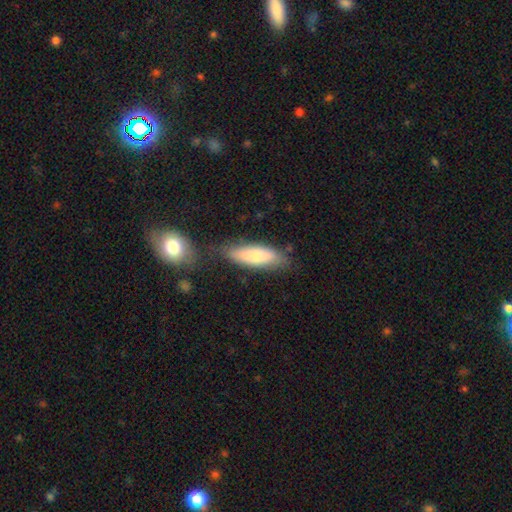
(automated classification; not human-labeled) Morphology: type=smooth (77%); roundness=in between (50%); merging=none (73%).